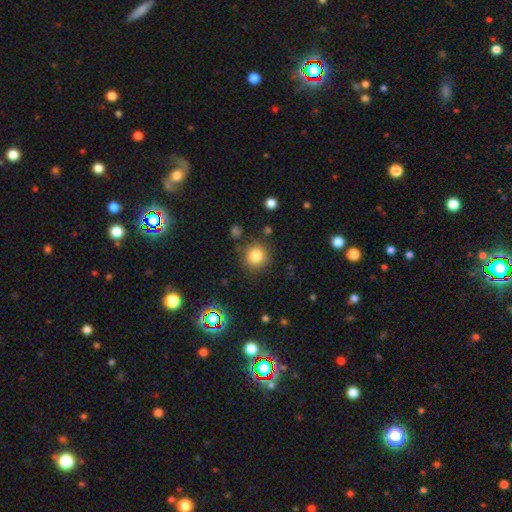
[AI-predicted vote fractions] Smooth or featured: smooth — 80% (star or artifact — 13%)
How rounded: round — 92% (in between — 7%)
Merging: none — 84% (minor disturbance — 9%)